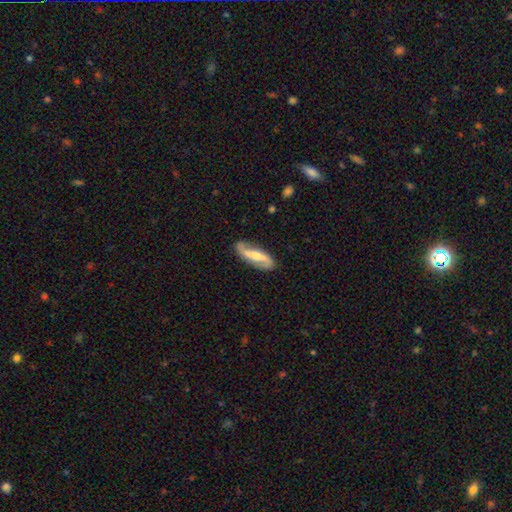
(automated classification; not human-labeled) Q: Smooth or featured?
A: featured or disk (79%); runner-up: smooth (16%)
Q: Edge-on disk?
A: no (88%); runner-up: yes (12%)
Q: Bar?
A: strong (39%); runner-up: weak (36%)
Q: Spiral arms?
A: yes (92%); runner-up: no (8%)
Q: Spiral winding?
A: loose (64%); runner-up: medium (25%)
Q: Spiral arm count?
A: 2 (91%); runner-up: can't tell (4%)
Q: Bulge size?
A: moderate (57%); runner-up: small (33%)
Q: Merging?
A: none (80%); runner-up: minor disturbance (14%)